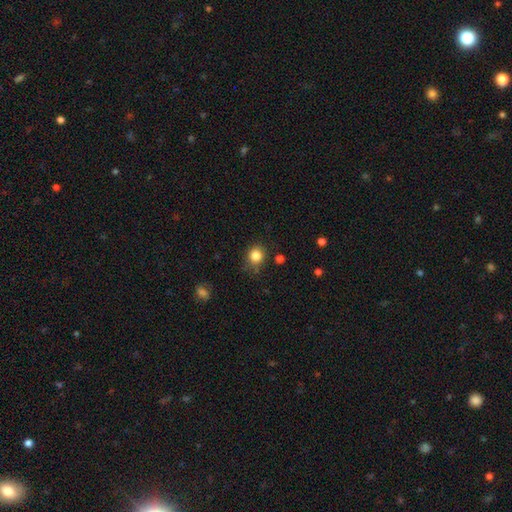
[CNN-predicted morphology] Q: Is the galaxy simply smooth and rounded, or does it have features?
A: smooth — 83%.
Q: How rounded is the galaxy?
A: round — 78%.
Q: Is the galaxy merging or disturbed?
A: none — 75%.